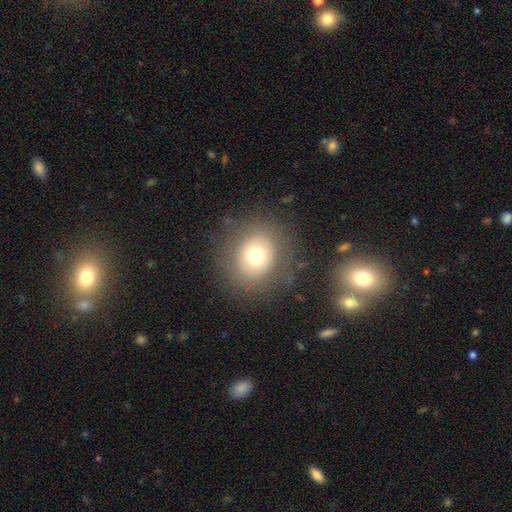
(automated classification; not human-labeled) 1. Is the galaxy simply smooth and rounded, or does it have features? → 70% smooth, 17% featured or disk, 14% star or artifact.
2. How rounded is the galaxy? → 85% round, 14% in between, 1% cigar-shaped.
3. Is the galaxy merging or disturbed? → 80% none, 11% minor disturbance, 7% major disturbance, 2% merger.